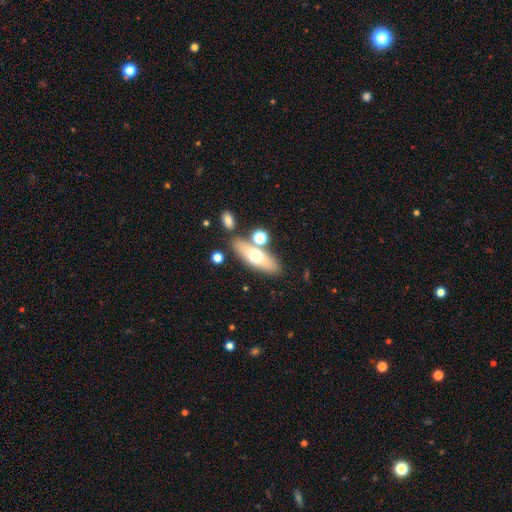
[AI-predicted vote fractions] Q: Smooth or featured?
A: smooth (56%); runner-up: featured or disk (36%)
Q: How rounded?
A: in between (55%); runner-up: cigar-shaped (40%)
Q: Merging?
A: none (75%); runner-up: minor disturbance (11%)